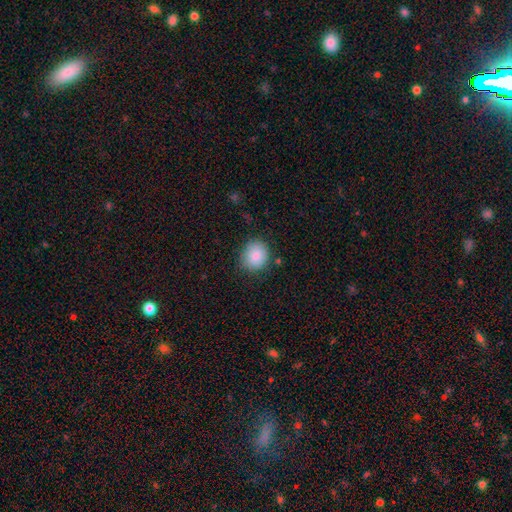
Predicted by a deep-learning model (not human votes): Morphology: type=smooth (87%); roundness=round (75%); merging=none (79%).